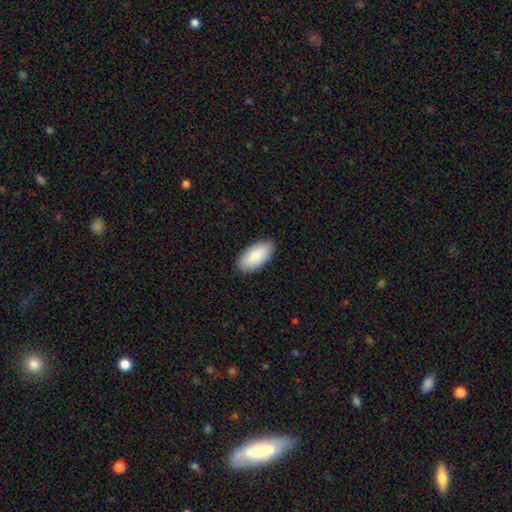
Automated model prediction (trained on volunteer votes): The model was most divided on "smooth or featured": smooth: 87%, featured or disk: 8%, star or artifact: 5%. More confident: how rounded — in between (95%); merging — none (89%).